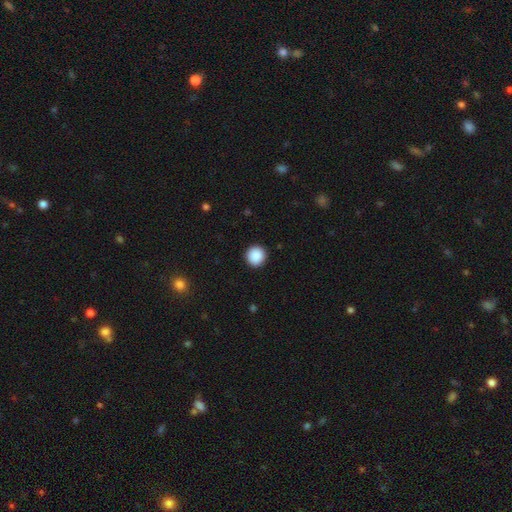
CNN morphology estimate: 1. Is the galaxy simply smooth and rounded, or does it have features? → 89% smooth, 8% star or artifact, 2% featured or disk.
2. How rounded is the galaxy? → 94% round, 5% in between, 1% cigar-shaped.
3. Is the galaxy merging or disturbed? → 93% none, 5% minor disturbance, 2% major disturbance, 1% merger.